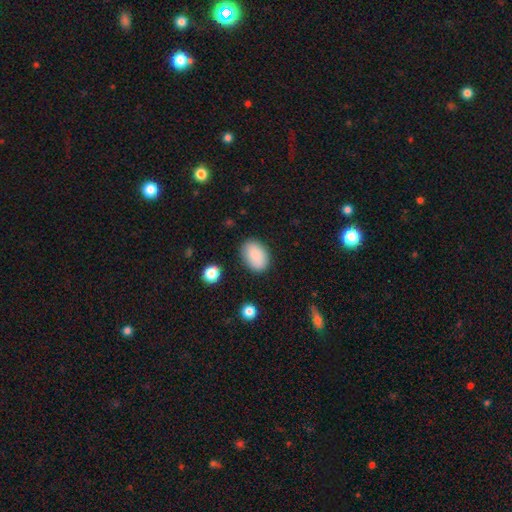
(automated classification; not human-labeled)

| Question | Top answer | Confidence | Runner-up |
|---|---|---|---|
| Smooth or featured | smooth | 88% | star or artifact (7%) |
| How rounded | in between | 85% | round (14%) |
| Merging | none | 83% | minor disturbance (12%) |